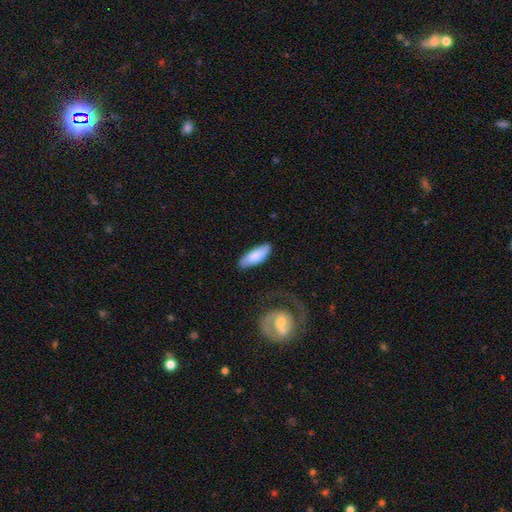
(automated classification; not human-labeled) The model was most divided on "how rounded": in between: 65%, cigar-shaped: 33%, round: 2%. More confident: smooth or featured — smooth (81%); merging — none (76%).